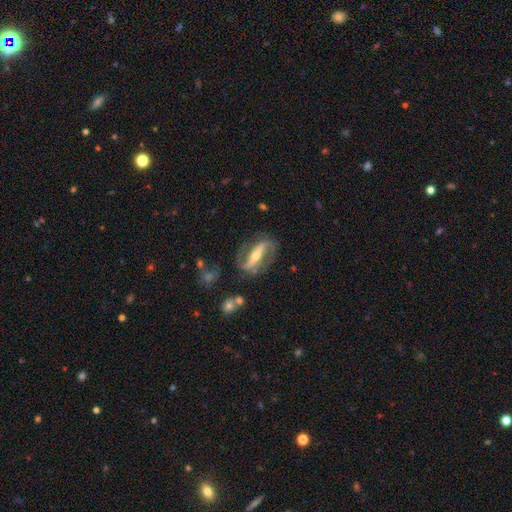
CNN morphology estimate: Q: Smooth or featured?
A: featured or disk (87%); runner-up: smooth (8%)
Q: Edge-on disk?
A: no (87%); runner-up: yes (13%)
Q: Bar?
A: strong (73%); runner-up: weak (16%)
Q: Spiral arms?
A: yes (91%); runner-up: no (9%)
Q: Spiral winding?
A: medium (42%); runner-up: loose (36%)
Q: Spiral arm count?
A: 2 (90%); runner-up: can't tell (4%)
Q: Bulge size?
A: moderate (50%); runner-up: small (44%)
Q: Merging?
A: none (78%); runner-up: minor disturbance (13%)